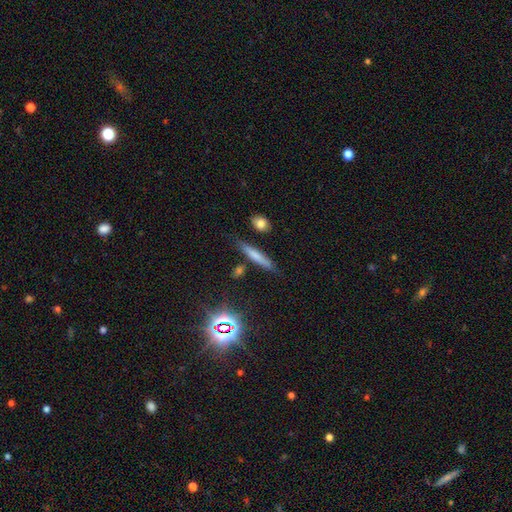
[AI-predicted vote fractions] Smooth or featured? Predicted: smooth (p=0.65). How rounded? Predicted: cigar-shaped (p=0.89). Merging? Predicted: none (p=0.80).